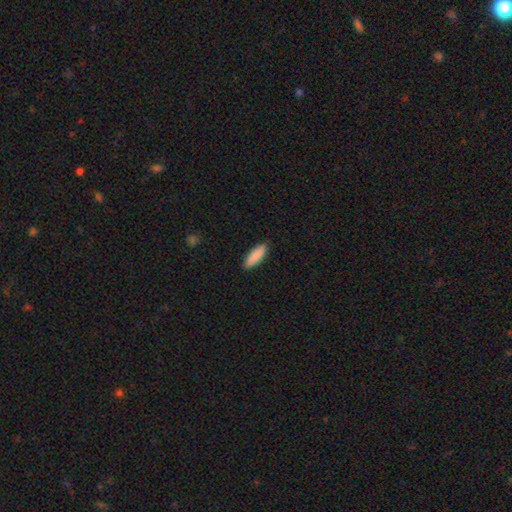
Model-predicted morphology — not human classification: smooth 90%, star or artifact 5%, featured or disk 5%. Down the decision tree: how rounded — in between (59%); merging — none (90%).